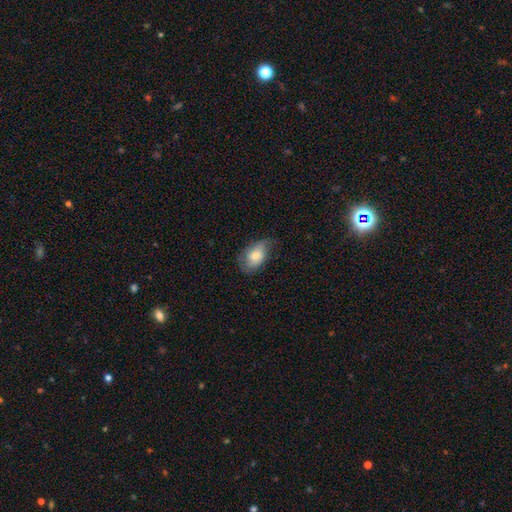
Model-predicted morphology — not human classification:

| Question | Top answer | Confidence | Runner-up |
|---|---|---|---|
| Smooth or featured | smooth | 67% | featured or disk (26%) |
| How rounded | in between | 89% | round (9%) |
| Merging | none | 54% | minor disturbance (33%) |